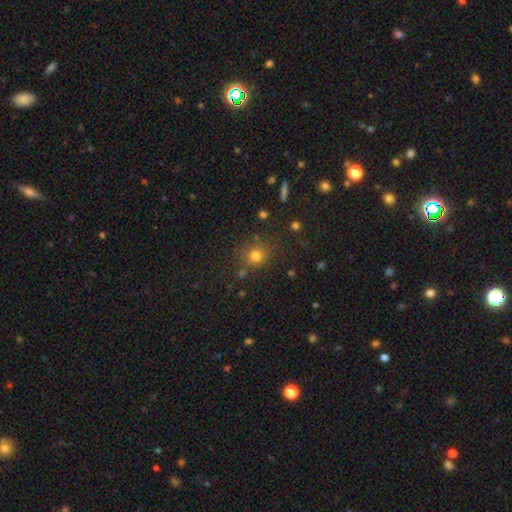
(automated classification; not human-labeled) Smooth or featured? Predicted: smooth (p=0.76). How rounded? Predicted: round (p=0.83). Merging? Predicted: none (p=0.77).